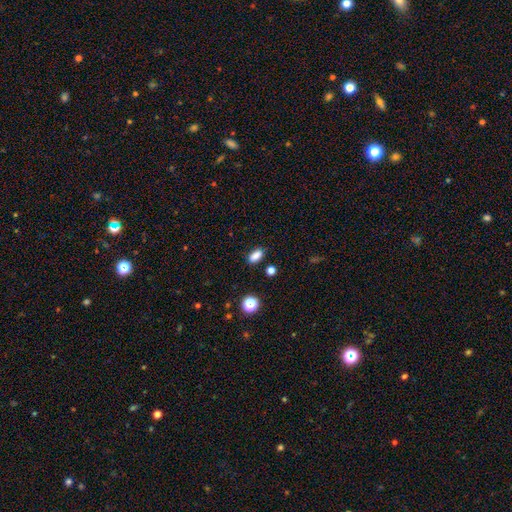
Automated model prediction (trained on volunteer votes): Smooth or featured: smooth — 84% (star or artifact — 12%)
How rounded: in between — 83% (round — 9%)
Merging: none — 85% (minor disturbance — 10%)